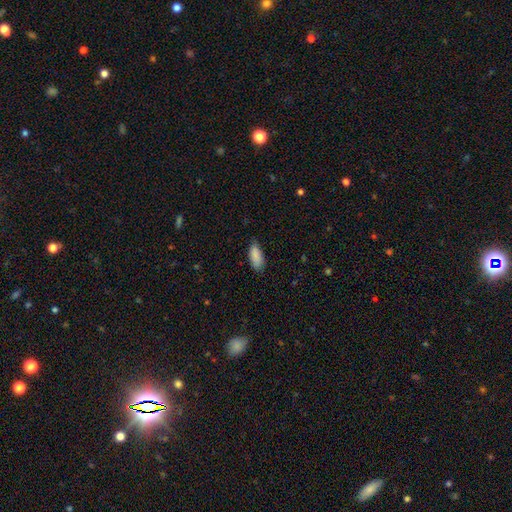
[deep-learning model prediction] A smooth galaxy with no disk features (89%) that is in between round and cigar-shaped (84%).

Vote fractions:
- Smooth or featured? smooth: 89% / star or artifact: 6% / featured or disk: 5%
- How rounded? in between: 84% / cigar-shaped: 14% / round: 2%
- Merging? none: 77% / minor disturbance: 19% / major disturbance: 3% / merger: 1%